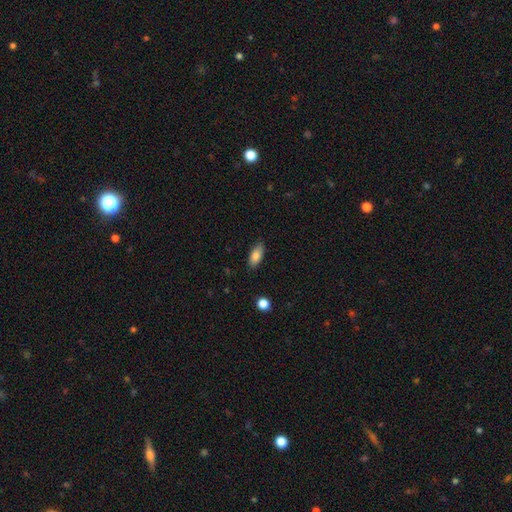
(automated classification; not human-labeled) Smooth or featured? Predicted: smooth (p=0.83). How rounded? Predicted: in between (p=0.85). Merging? Predicted: none (p=0.85).